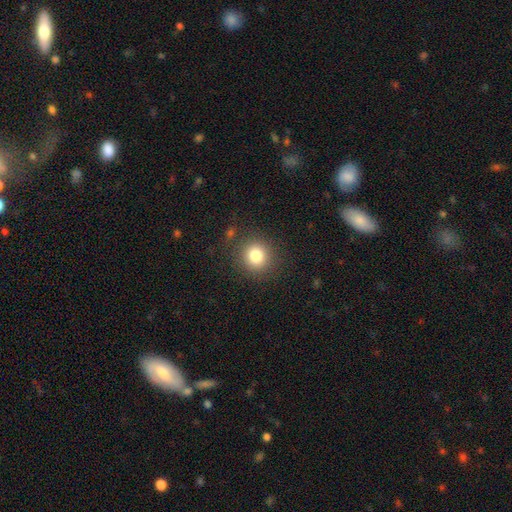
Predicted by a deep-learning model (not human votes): Smooth or featured: smooth — 82% (star or artifact — 11%)
How rounded: round — 88% (in between — 12%)
Merging: none — 86% (minor disturbance — 8%)